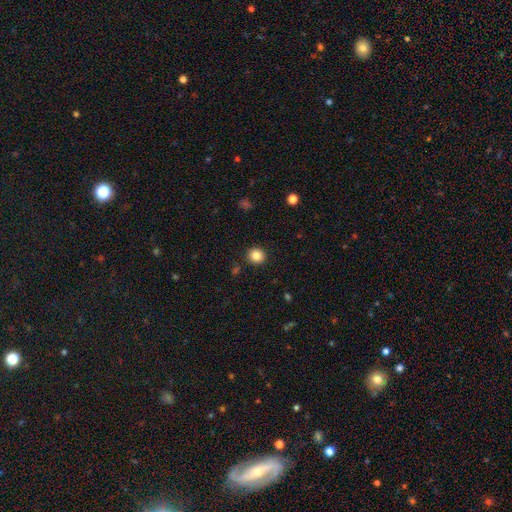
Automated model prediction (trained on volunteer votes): Smooth or featured: smooth — 85% (star or artifact — 10%)
How rounded: round — 87% (in between — 12%)
Merging: none — 90% (minor disturbance — 6%)